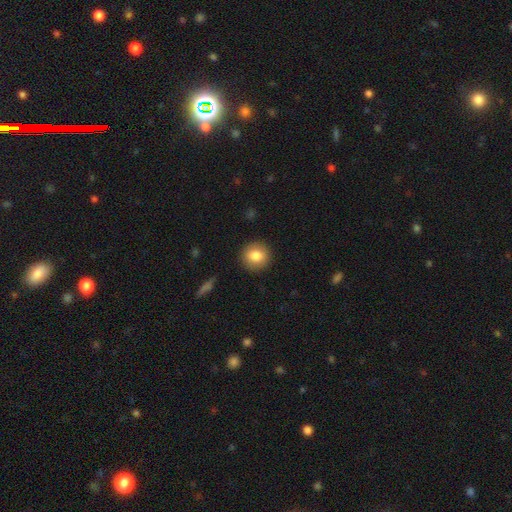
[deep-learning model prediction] A smooth galaxy with no disk features (82%) that is round (91%). Merging: none (91%).